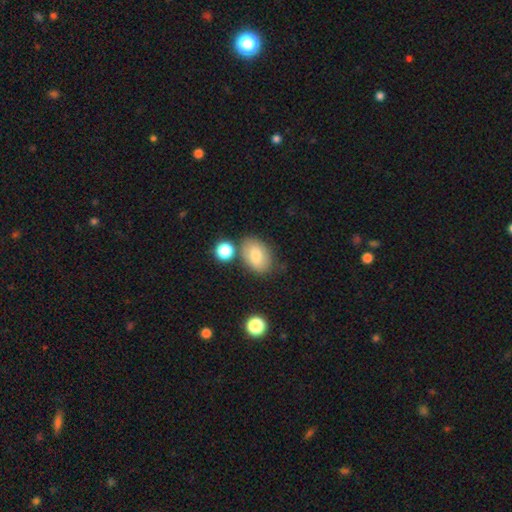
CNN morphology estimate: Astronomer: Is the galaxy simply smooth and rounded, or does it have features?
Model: smooth — 77%.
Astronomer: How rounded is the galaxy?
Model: in between — 83%.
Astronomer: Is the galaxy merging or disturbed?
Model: none — 70%.